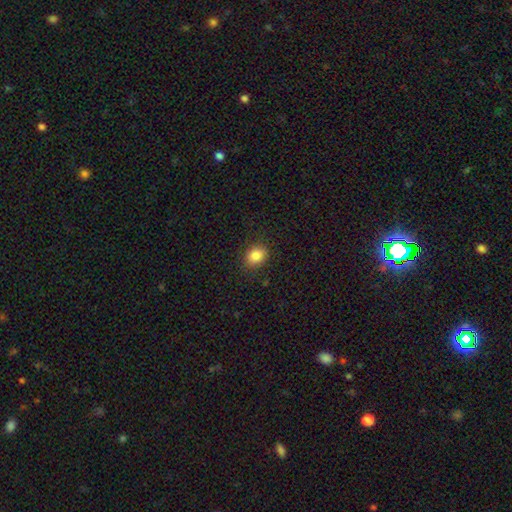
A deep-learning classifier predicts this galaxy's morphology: The model was most divided on "how rounded": in between: 50%, round: 49%, cigar-shaped: 1%. More confident: merging — none (86%); smooth or featured — smooth (86%).